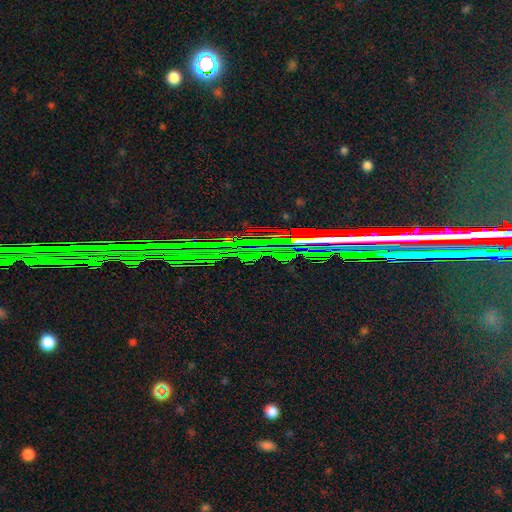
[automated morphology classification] This appears to be a star or artifact, not a galaxy (80%).